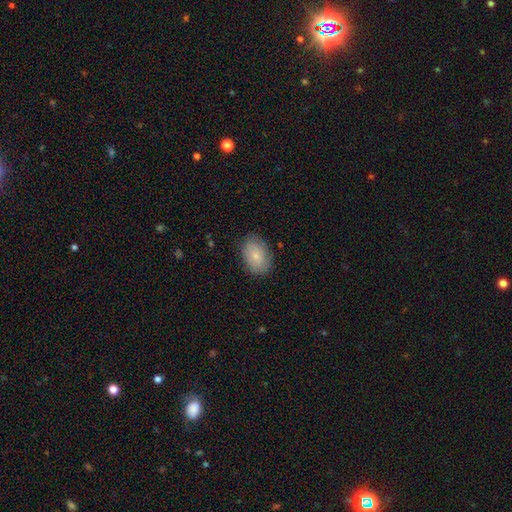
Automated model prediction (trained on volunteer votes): This is likely a smooth galaxy (77%). How rounded: clearly in between (85%). Merging: clearly none (82%).